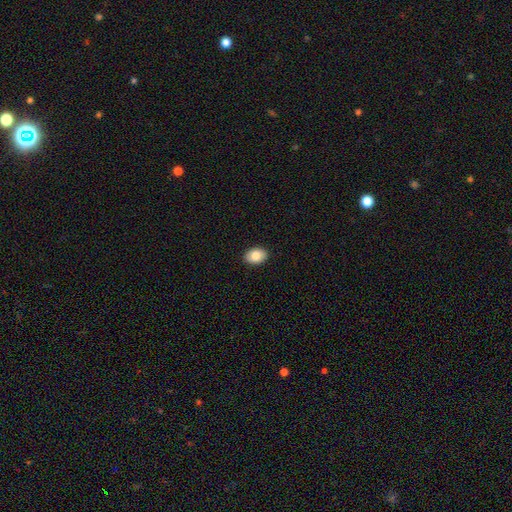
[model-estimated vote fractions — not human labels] Smooth or featured?
  - smooth: 85% *
  - star or artifact: 7%
  - featured or disk: 7%
How rounded?
  - in between: 79% *
  - round: 20%
  - cigar-shaped: 1%
Merging?
  - none: 91% *
  - minor disturbance: 7%
  - major disturbance: 2%
  - merger: 1%